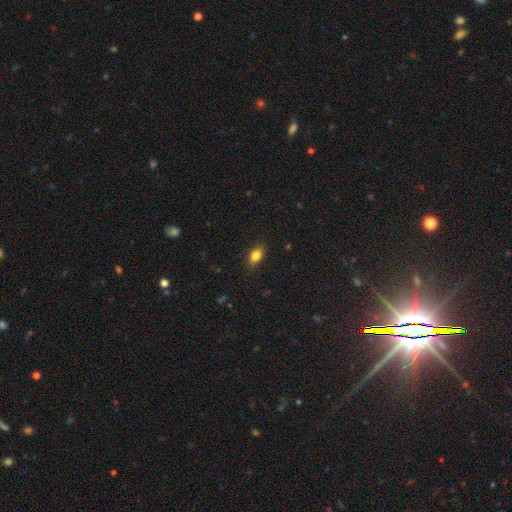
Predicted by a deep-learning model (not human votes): Smooth or featured? smooth (83%)
How rounded? in between (83%)
Merging? none (85%)